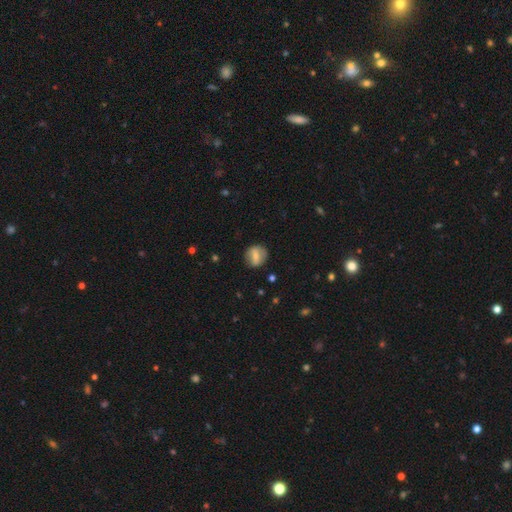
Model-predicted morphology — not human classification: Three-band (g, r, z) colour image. It shows a smooth galaxy with no disk features (56%) that is round (75%). Merging: none (83%).